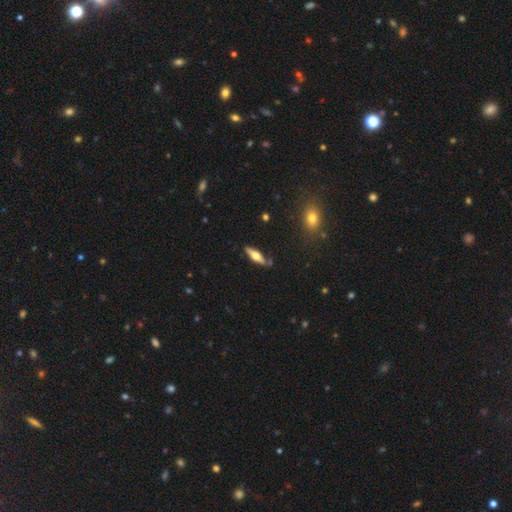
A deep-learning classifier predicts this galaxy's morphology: A featured or disk galaxy (57%) viewed edge-on (93%) with a rounded central bulge (93%). Merging: none (83%).